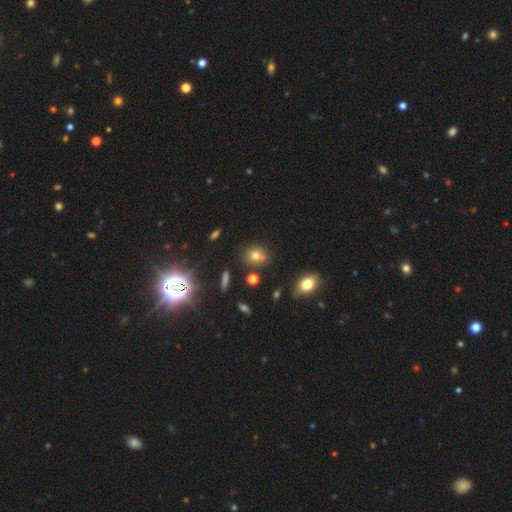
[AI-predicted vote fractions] Overall: smooth (70%). How rounded: round (71%). Merging: none (74%).